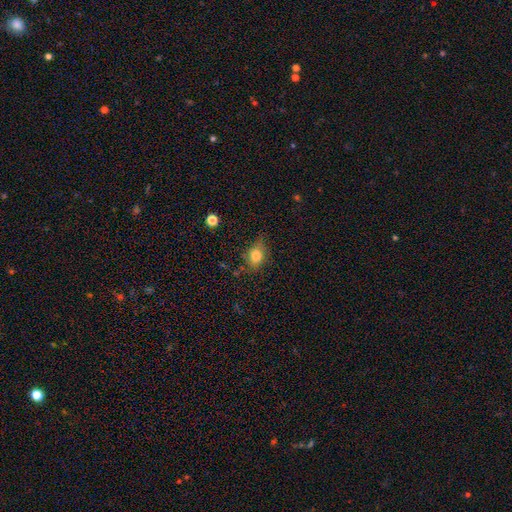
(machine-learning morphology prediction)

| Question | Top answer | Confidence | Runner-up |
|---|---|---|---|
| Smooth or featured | smooth | 81% | star or artifact (10%) |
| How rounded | in between | 64% | round (34%) |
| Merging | none | 66% | minor disturbance (25%) |